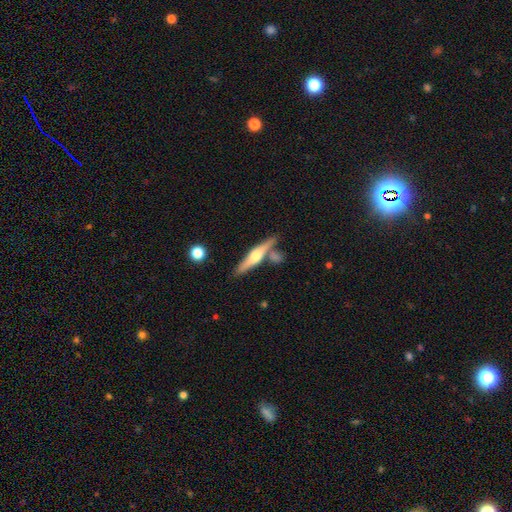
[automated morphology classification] The model was most divided on "smooth or featured": featured or disk: 64%, smooth: 31%, star or artifact: 5%. More confident: edge-on disk — yes (96%); edge-on bulge — rounded (91%); merging — none (73%).